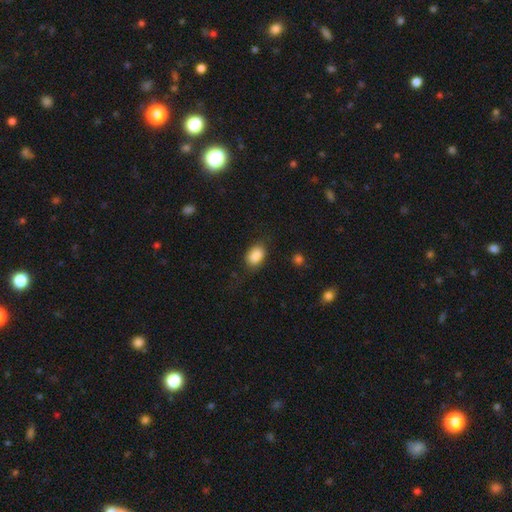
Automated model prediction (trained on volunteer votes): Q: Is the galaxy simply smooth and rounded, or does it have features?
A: smooth — 88%.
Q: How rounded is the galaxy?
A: in between — 82%.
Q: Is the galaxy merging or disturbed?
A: none — 74%.